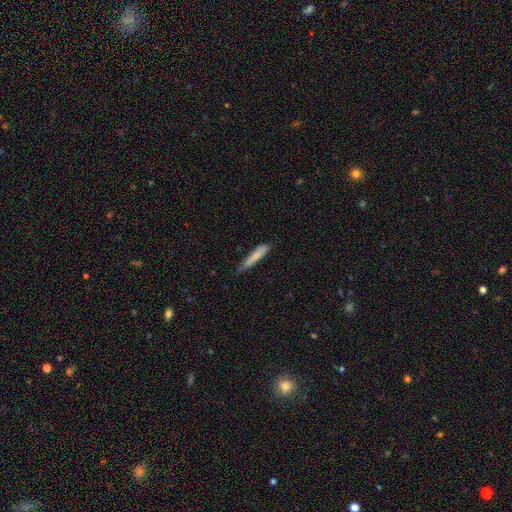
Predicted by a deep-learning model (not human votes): Smooth or featured: smooth — 76% (featured or disk — 18%)
How rounded: cigar-shaped — 90% (in between — 9%)
Merging: none — 63% (minor disturbance — 30%)